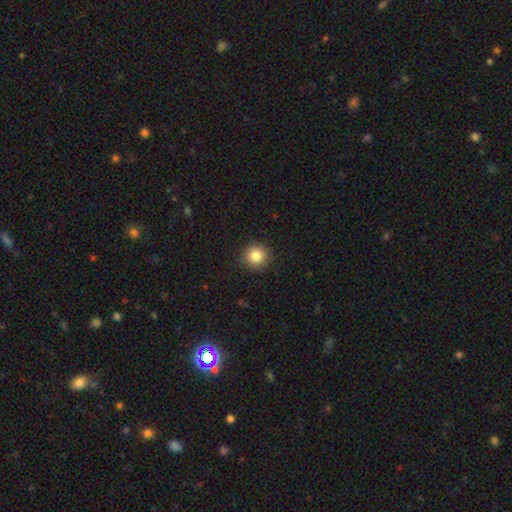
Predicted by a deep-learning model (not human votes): This appears to be a smooth galaxy with no disk features (84%) that is round (94%). Merging: none (91%).